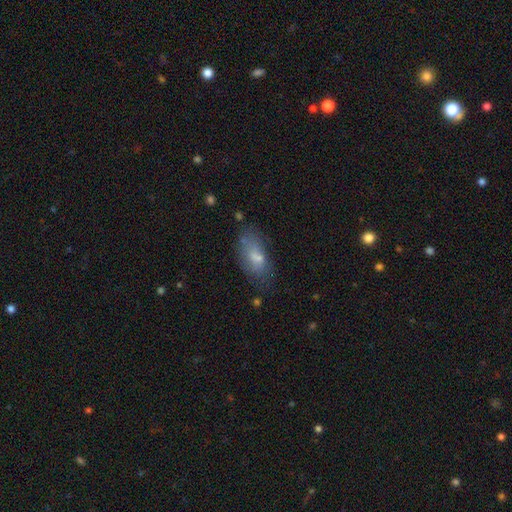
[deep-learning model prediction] smooth_or_featured: smooth (p=0.65) [alt: featured or disk p=0.25]
how_rounded: in between (p=0.83) [alt: cigar-shaped p=0.13]
merging: none (p=0.64) [alt: minor disturbance p=0.23]